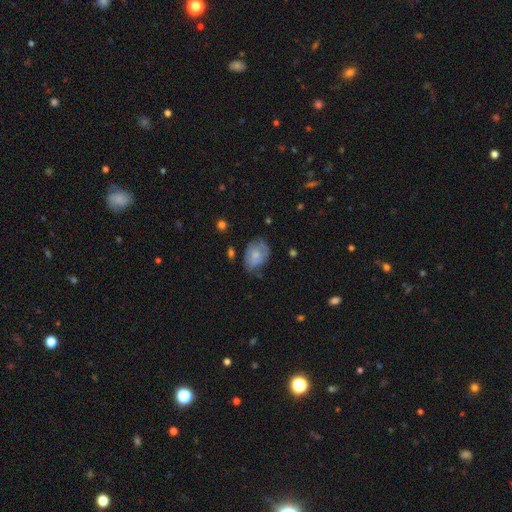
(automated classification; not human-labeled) Smooth or featured? Predicted: smooth (p=0.58). How rounded? Predicted: in between (p=0.74). Merging? Predicted: none (p=0.51).